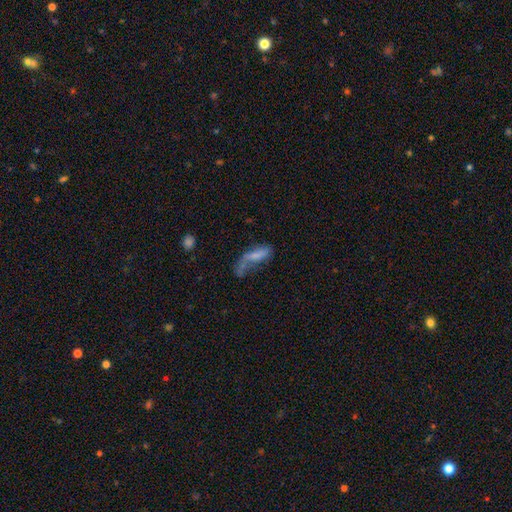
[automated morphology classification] A smooth galaxy with no disk features (56%) that is in between round and cigar-shaped (58%).

Vote fractions:
- Smooth or featured? smooth: 56% / featured or disk: 34% / star or artifact: 11%
- How rounded? in between: 58% / cigar-shaped: 39% / round: 3%
- Merging? major disturbance: 42% / none: 24% / minor disturbance: 21% / merger: 12%